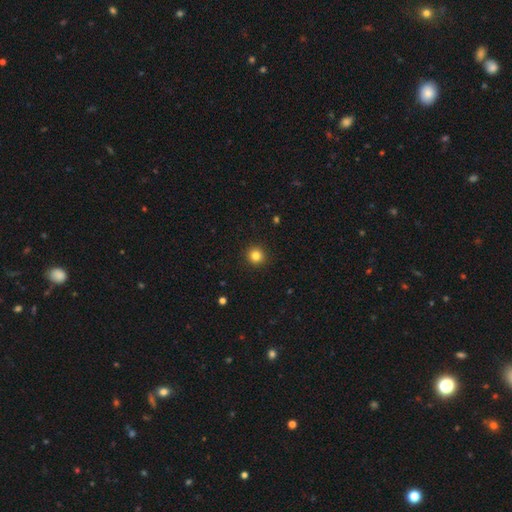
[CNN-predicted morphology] Smooth or featured?
  - smooth: 83% *
  - star or artifact: 12%
  - featured or disk: 5%
How rounded?
  - round: 94% *
  - in between: 5%
  - cigar-shaped: 1%
Merging?
  - none: 93% *
  - minor disturbance: 4%
  - major disturbance: 2%
  - merger: 1%